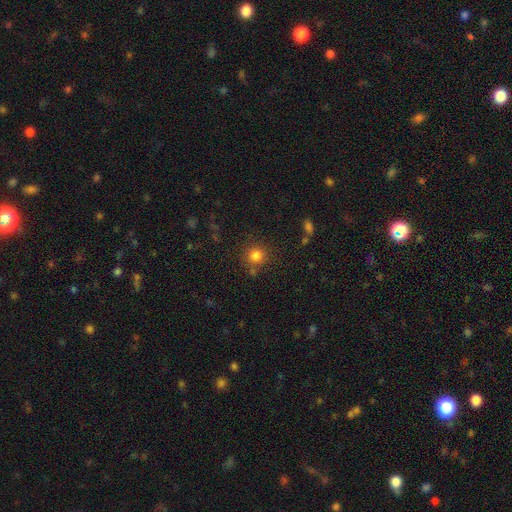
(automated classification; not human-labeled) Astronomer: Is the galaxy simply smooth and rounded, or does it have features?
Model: smooth — 81%.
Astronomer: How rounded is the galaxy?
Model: round — 91%.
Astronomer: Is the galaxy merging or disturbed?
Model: none — 76%.